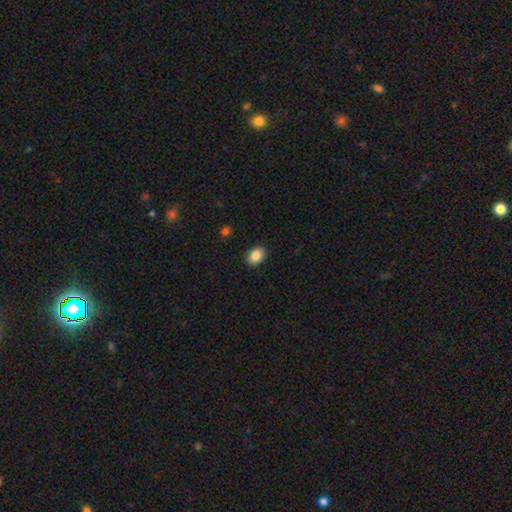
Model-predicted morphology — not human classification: This appears to be a smooth galaxy with no disk features (88%) that is in between round and cigar-shaped (83%). Merging: none (89%).